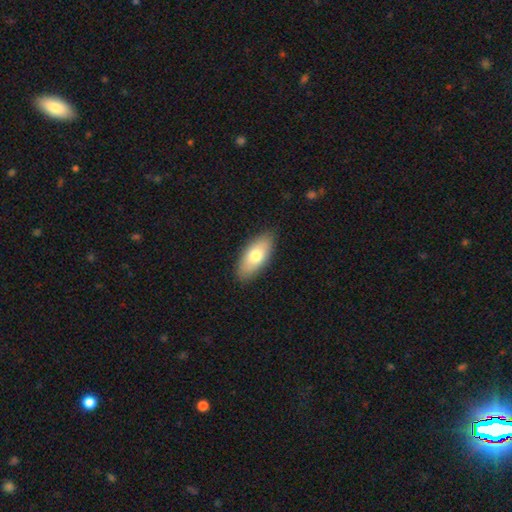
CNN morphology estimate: smooth_or_featured: smooth (p=0.73) [alt: featured or disk p=0.21]
how_rounded: in between (p=0.85) [alt: cigar-shaped p=0.12]
merging: none (p=0.87) [alt: minor disturbance p=0.10]